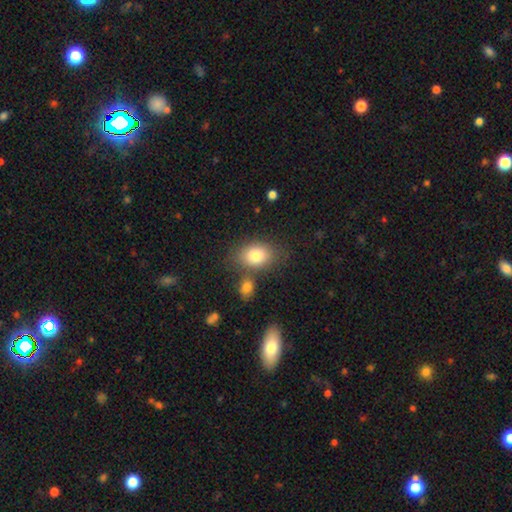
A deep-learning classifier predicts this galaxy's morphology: type=smooth (81%); roundness=in between (75%); merging=none (65%).